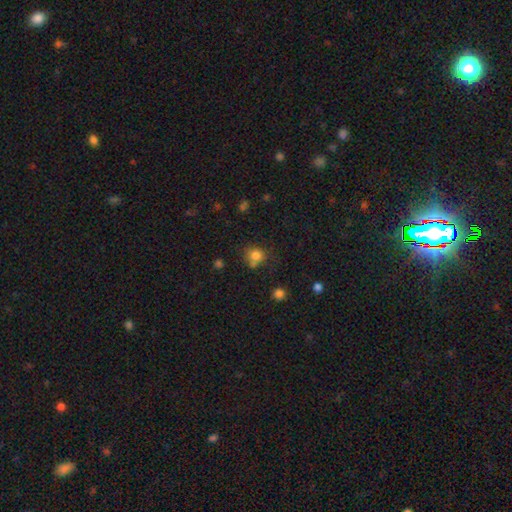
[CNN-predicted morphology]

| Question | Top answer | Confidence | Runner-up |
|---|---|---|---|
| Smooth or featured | smooth | 79% | star or artifact (14%) |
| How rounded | round | 80% | in between (20%) |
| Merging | none | 60% | minor disturbance (18%) |